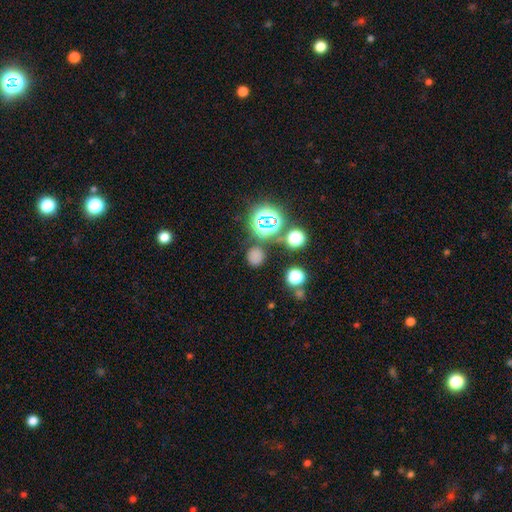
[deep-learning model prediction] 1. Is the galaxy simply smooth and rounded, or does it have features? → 63% smooth, 31% star or artifact, 6% featured or disk.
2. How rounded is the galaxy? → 86% round, 13% in between, 1% cigar-shaped.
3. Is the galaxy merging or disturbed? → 79% none, 10% minor disturbance, 6% merger, 5% major disturbance.